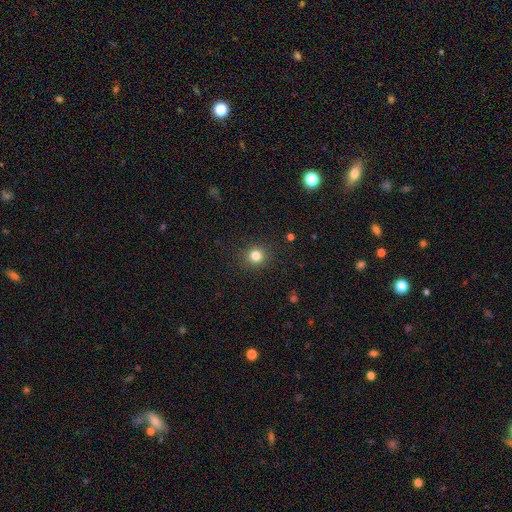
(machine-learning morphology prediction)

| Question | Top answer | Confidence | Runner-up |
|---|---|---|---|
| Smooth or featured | smooth | 81% | star or artifact (13%) |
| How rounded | round | 89% | in between (10%) |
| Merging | none | 91% | minor disturbance (6%) |